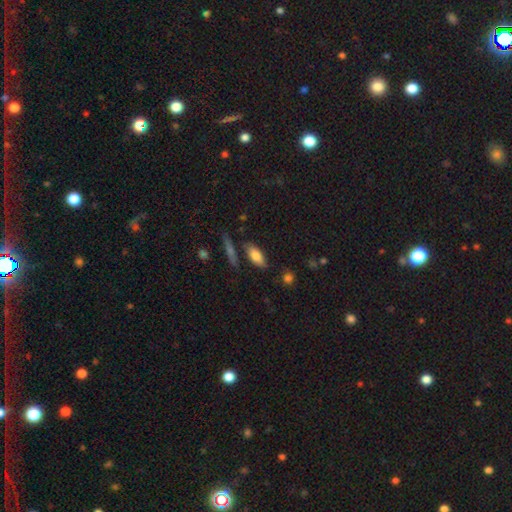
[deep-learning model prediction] smooth 77%, featured or disk 15%, star or artifact 7%. Down the decision tree: how rounded — in between (79%); merging — none (75%).